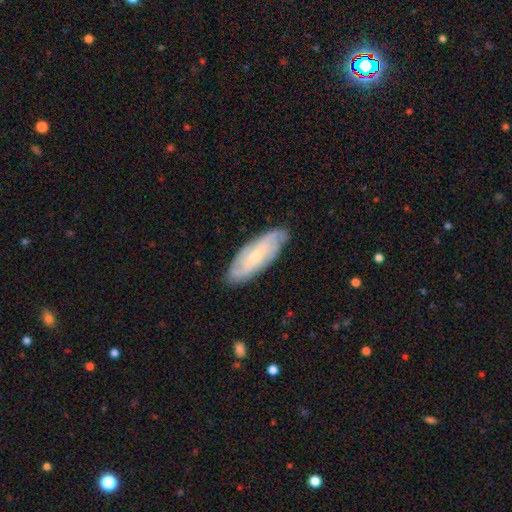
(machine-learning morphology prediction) Overall: featured or disk (68%). Edge-on disk: no (86%). Bar: no (60%; weak 32%). Spiral arms: yes (92%). Spiral arm count: can't tell (39%; 2 22%). Spiral winding: tight (54%; medium 34%). Bulge size: small (67%). Merging: none (82%).